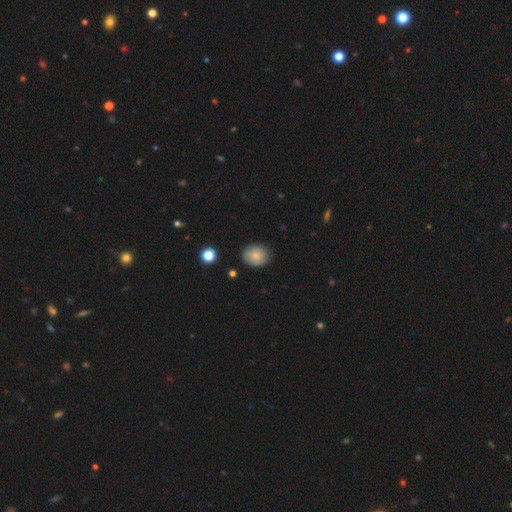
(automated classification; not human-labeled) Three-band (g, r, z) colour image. It shows a smooth galaxy with no disk features (83%) that is round (52%). Merging: none (84%).